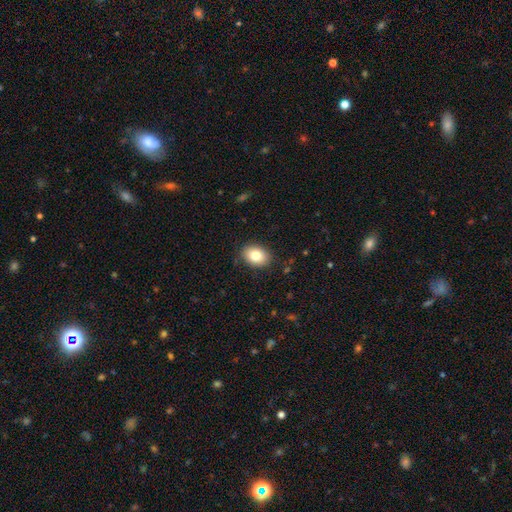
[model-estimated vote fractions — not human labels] Smooth or featured? smooth (81%)
How rounded? in between (68%)
Merging? none (86%)